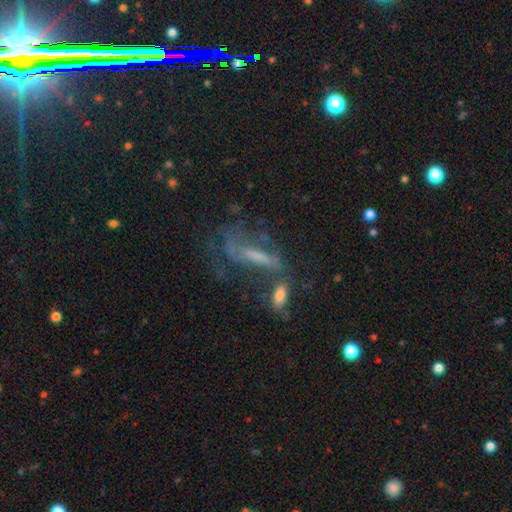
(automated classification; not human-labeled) Morphology: type=featured or disk (52%); edge-on=no (71%); merging=none (33%).